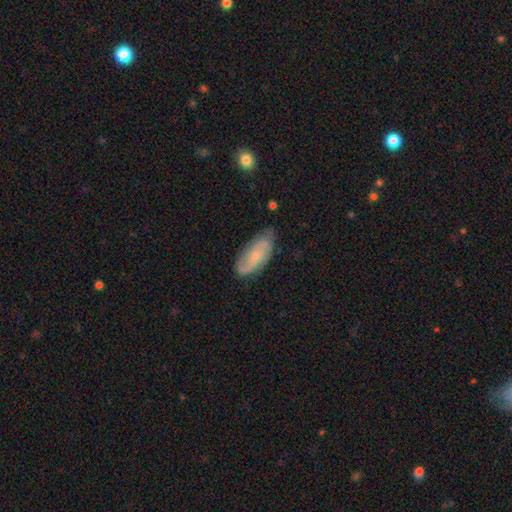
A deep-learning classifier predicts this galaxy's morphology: Smooth or featured: featured or disk — 61% (smooth — 33%)
Edge-on disk: no — 92% (yes — 8%)
Bar: no — 61% (weak — 32%)
Spiral arms: yes — 90% (no — 10%)
Spiral winding: medium — 42% (tight — 30%)
Spiral arm count: 2 — 70% (can't tell — 17%)
Bulge size: small — 65% (moderate — 23%)
Merging: none — 69% (minor disturbance — 24%)